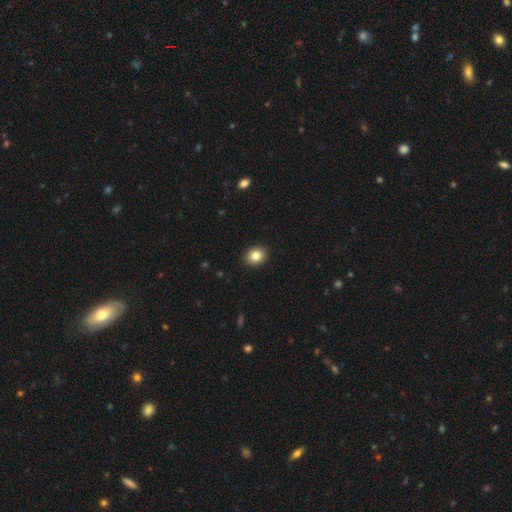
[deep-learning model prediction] This appears to be a smooth galaxy with no disk features (84%) that is round (64%). Merging: none (92%).